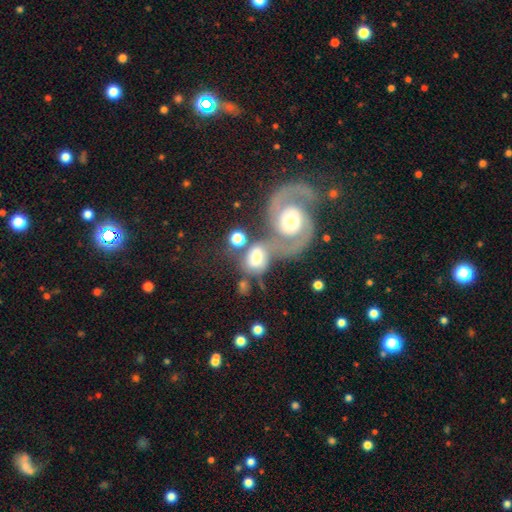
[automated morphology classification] Overall: featured or disk (60%; smooth 32%). Edge-on disk: no (97%). Bar: no (58%; weak 30%). Spiral arms: yes (85%). Bulge size: moderate (55%; large 27%). Merging: merger (60%; none 21%).